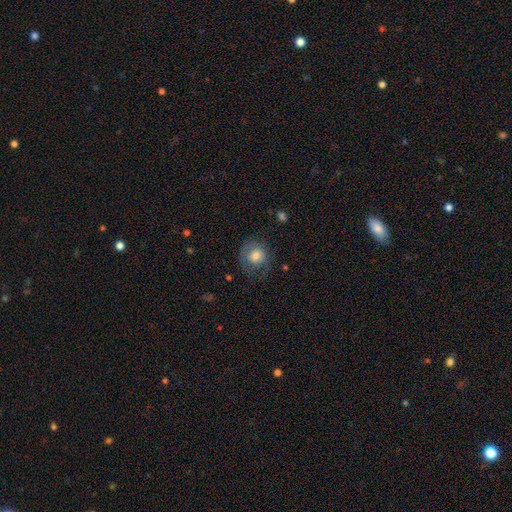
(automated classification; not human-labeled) A smooth galaxy with no disk features (70%) that is round (84%).

Vote fractions:
- Smooth or featured? smooth: 70% / featured or disk: 21% / star or artifact: 8%
- How rounded? round: 84% / in between: 15% / cigar-shaped: 1%
- Merging? none: 63% / minor disturbance: 21% / major disturbance: 14% / merger: 1%